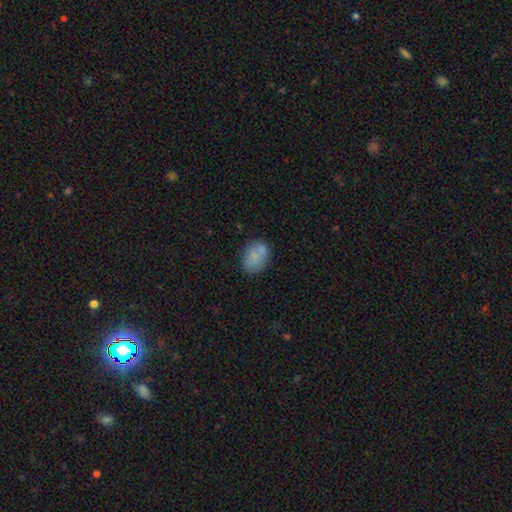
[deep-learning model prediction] Overall: smooth (77%). How rounded: in between (67%; round 32%). Merging: none (63%).